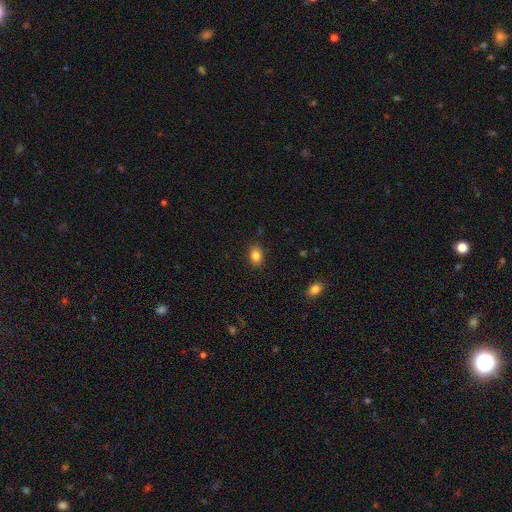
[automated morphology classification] This is clearly a smooth galaxy (84%). How rounded: likely in between (70%). Merging: clearly none (87%).